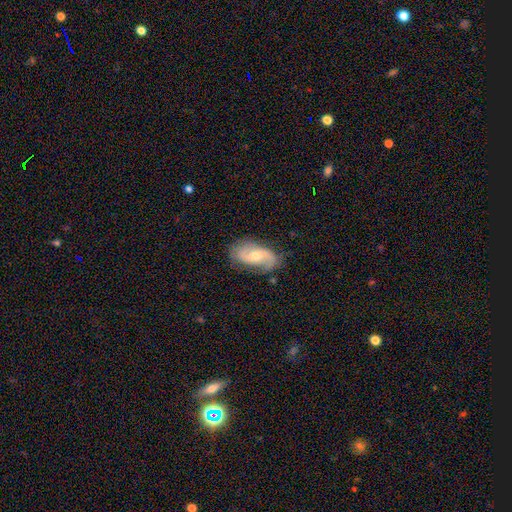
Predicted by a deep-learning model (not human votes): This is likely a featured or disk galaxy (76%). It is clearly not viewed edge-on (95%). Bar: possibly no (48%). Spiral arm pattern: clearly yes (91%). Spiral arm count: clearly 2 (84%). Spiral winding: marginally medium (41%). Central bulge: possibly moderate (59%). Merging: likely none (74%).